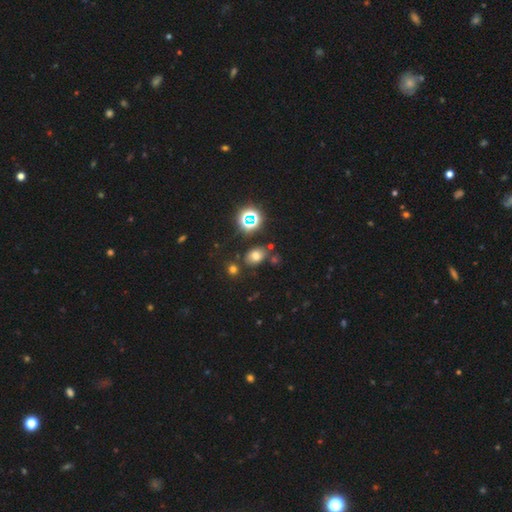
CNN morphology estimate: Q: Smooth or featured?
A: smooth (66%); runner-up: star or artifact (24%)
Q: How rounded?
A: in between (70%); runner-up: round (28%)
Q: Merging?
A: none (77%); runner-up: minor disturbance (11%)